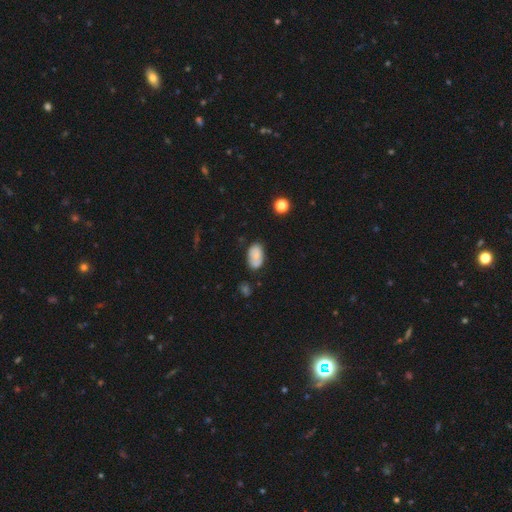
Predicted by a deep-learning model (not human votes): A smooth galaxy with no disk features (71%) that is in between round and cigar-shaped (92%).

Vote fractions:
- Smooth or featured? smooth: 71% / featured or disk: 20% / star or artifact: 9%
- How rounded? in between: 92% / round: 7% / cigar-shaped: 2%
- Merging? none: 64% / minor disturbance: 23% / merger: 7% / major disturbance: 6%